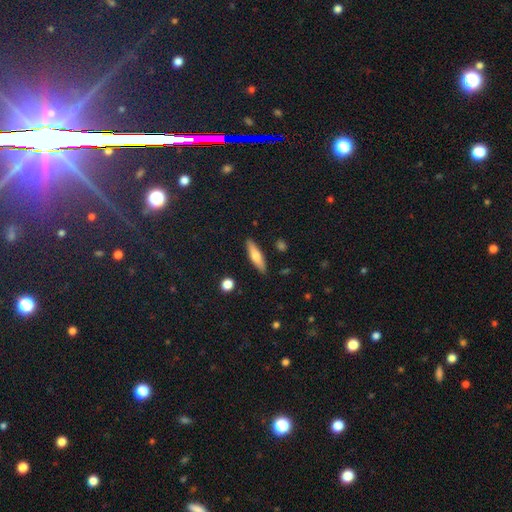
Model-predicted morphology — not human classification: Smooth or featured: smooth — 64% (featured or disk — 29%)
How rounded: cigar-shaped — 70% (in between — 28%)
Merging: none — 88% (minor disturbance — 9%)